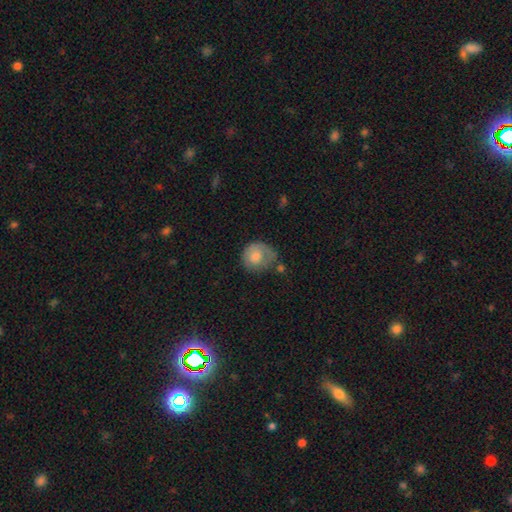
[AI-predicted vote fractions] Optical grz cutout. It shows a smooth galaxy with no disk features (67%) that is round (77%). Merging: none (45%).